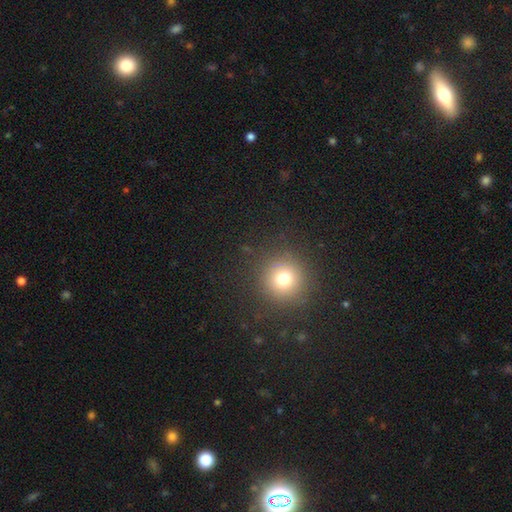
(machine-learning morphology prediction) A smooth galaxy with no disk features (60%) that is round (95%). Merging: none (92%).